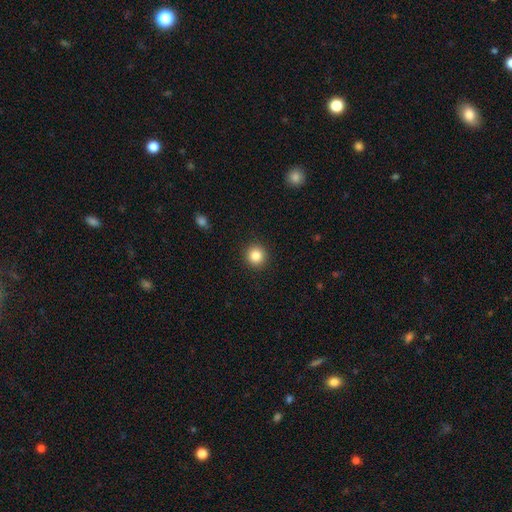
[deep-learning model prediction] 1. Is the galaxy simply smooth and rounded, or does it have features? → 84% smooth, 10% star or artifact, 5% featured or disk.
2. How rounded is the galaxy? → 94% round, 5% in between, 1% cigar-shaped.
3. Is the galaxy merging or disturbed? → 92% none, 5% minor disturbance, 2% major disturbance, 1% merger.